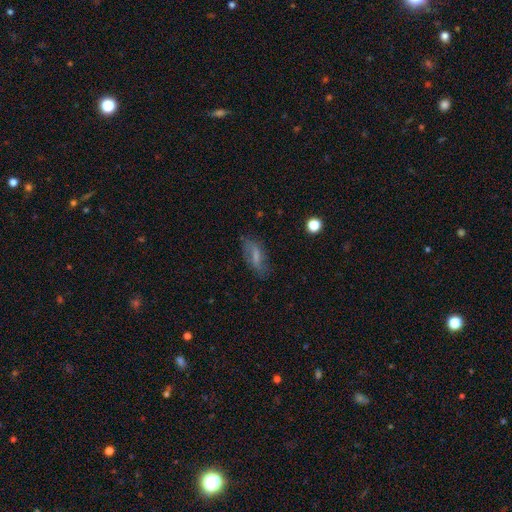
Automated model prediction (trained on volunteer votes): smooth-or-featured: smooth: 53% | featured or disk: 37% | star or artifact: 10%
  how-rounded: in between: 75% | cigar-shaped: 21% | round: 4%
  merging: none: 70% | minor disturbance: 20% | major disturbance: 8% | merger: 2%